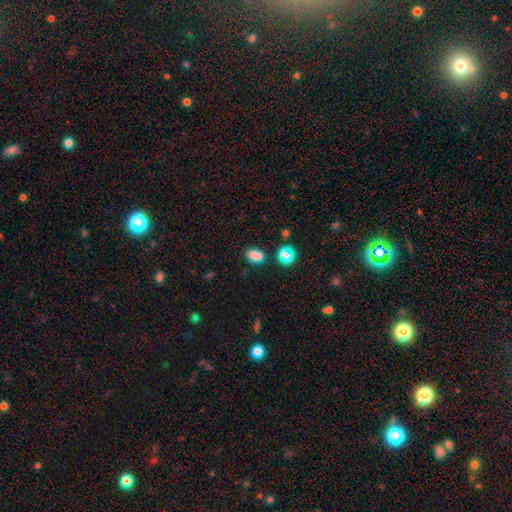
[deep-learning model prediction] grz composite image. It shows a smooth galaxy with no disk features (80%) that is in between round and cigar-shaped (79%). Merging: none (80%).